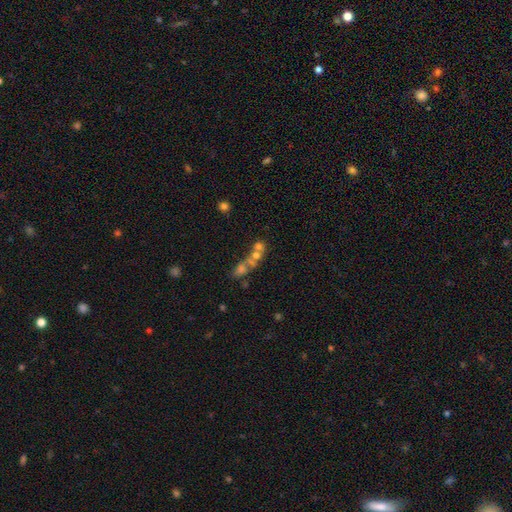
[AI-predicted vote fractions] Smooth or featured?
  - smooth: 45% *
  - featured or disk: 34%
  - star or artifact: 21%
Merging?
  - merger: 55% *
  - none: 28%
  - major disturbance: 9%
  - minor disturbance: 8%